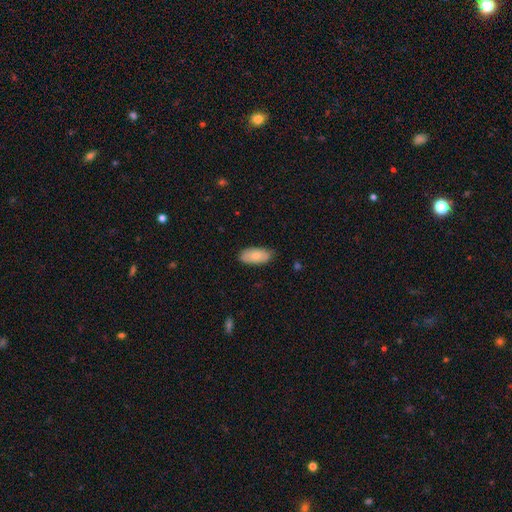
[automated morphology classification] A smooth galaxy with no disk features (78%) that is in between round and cigar-shaped (91%).

Vote fractions:
- Smooth or featured? smooth: 78% / featured or disk: 16% / star or artifact: 6%
- How rounded? in between: 91% / cigar-shaped: 7% / round: 2%
- Merging? none: 80% / minor disturbance: 16% / major disturbance: 2% / merger: 1%